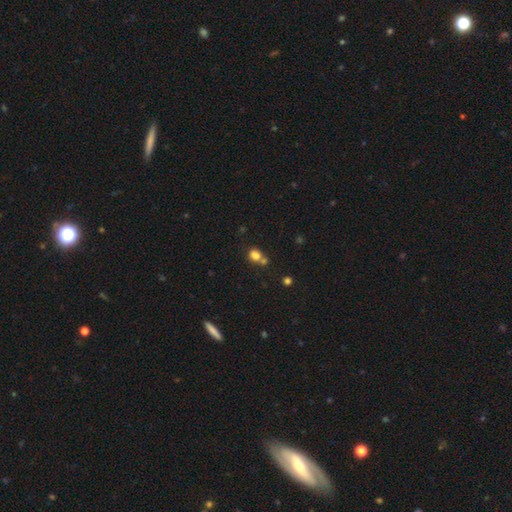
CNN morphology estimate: This appears to be a smooth galaxy with no disk features (78%) that is round (67%). Merging: none (43%, tied with merger).